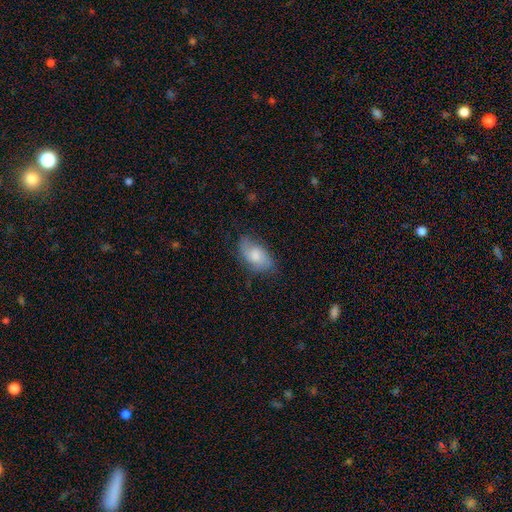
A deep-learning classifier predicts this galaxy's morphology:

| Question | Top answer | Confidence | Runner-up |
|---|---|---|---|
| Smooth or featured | smooth | 65% | featured or disk (28%) |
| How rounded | in between | 93% | round (5%) |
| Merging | none | 61% | minor disturbance (27%) |